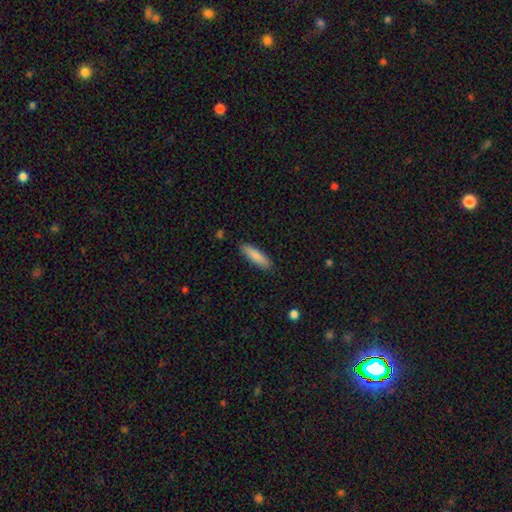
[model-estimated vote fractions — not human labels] This is clearly a smooth galaxy (86%). How rounded: likely cigar-shaped (63%). Merging: clearly none (87%).